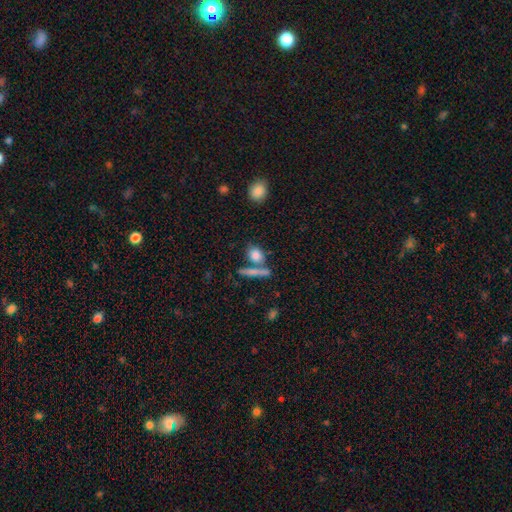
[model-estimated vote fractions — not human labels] Smooth or featured? smooth (81%)
How rounded? in between (48%)
Merging? none (60%)